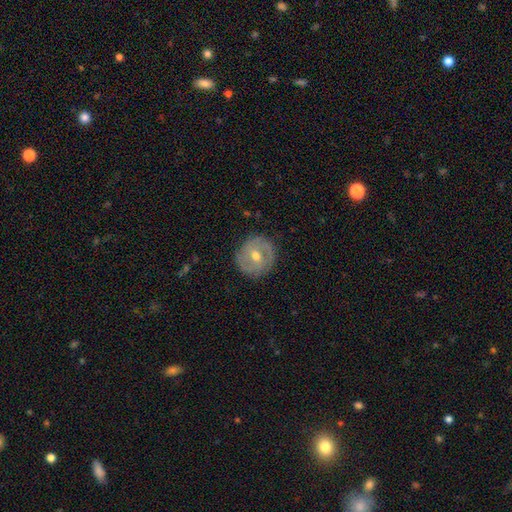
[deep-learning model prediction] This appears to be a featured or disk galaxy (65%) with no bar (48%), spiral arms (72%) and a moderate central bulge (73%). Merging: none (84%).